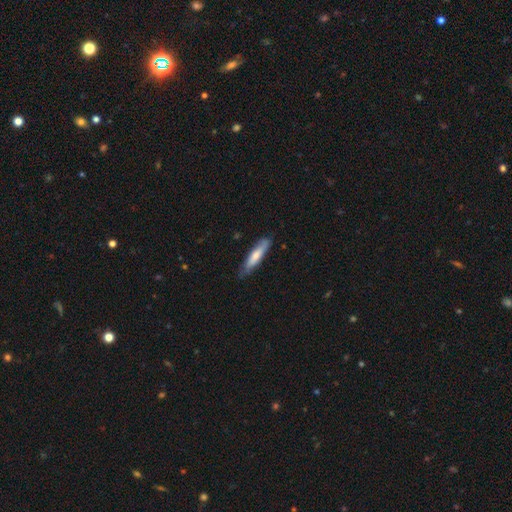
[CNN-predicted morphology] Smooth or featured? Predicted: smooth (p=0.66). How rounded? Predicted: cigar-shaped (p=0.81). Merging? Predicted: none (p=0.77).